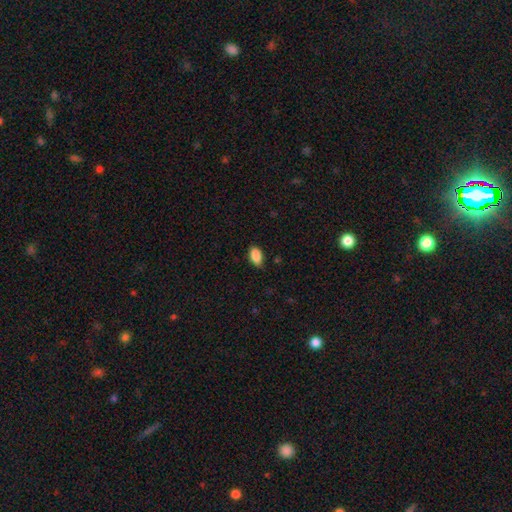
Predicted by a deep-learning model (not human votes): Smooth or featured? Predicted: smooth (p=0.89). How rounded? Predicted: in between (p=0.92). Merging? Predicted: none (p=0.82).